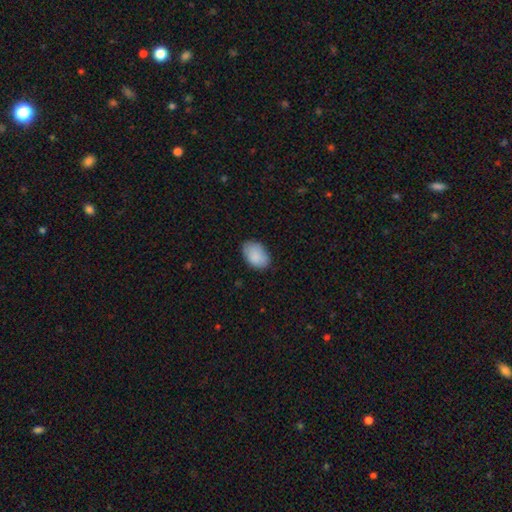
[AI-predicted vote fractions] smooth_or_featured: smooth (p=0.89) [alt: star or artifact p=0.06]
how_rounded: in between (p=0.87) [alt: round p=0.12]
merging: none (p=0.79) [alt: minor disturbance p=0.17]